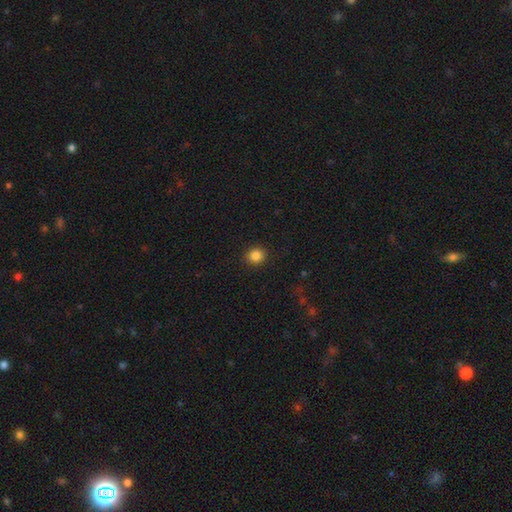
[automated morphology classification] Smooth or featured? Predicted: smooth (p=0.86). How rounded? Predicted: round (p=0.83). Merging? Predicted: none (p=0.91).